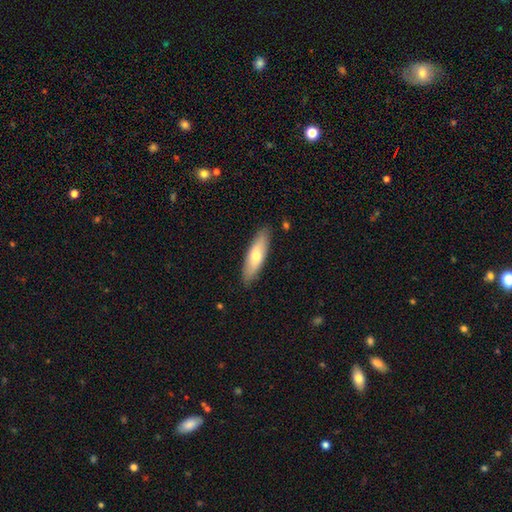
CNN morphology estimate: smooth-or-featured: smooth: 66% | featured or disk: 29% | star or artifact: 6%
  how-rounded: cigar-shaped: 55% | in between: 44% | round: 2%
  merging: none: 88% | minor disturbance: 9% | major disturbance: 2% | merger: 1%